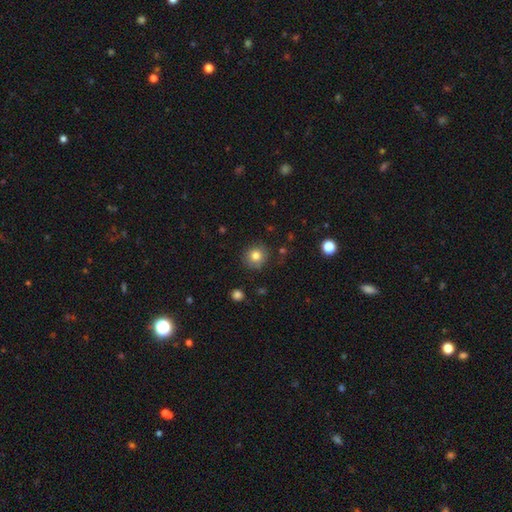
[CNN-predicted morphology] smooth 81%, star or artifact 11%, featured or disk 8%. Down the decision tree: how rounded — round (90%); merging — none (86%).